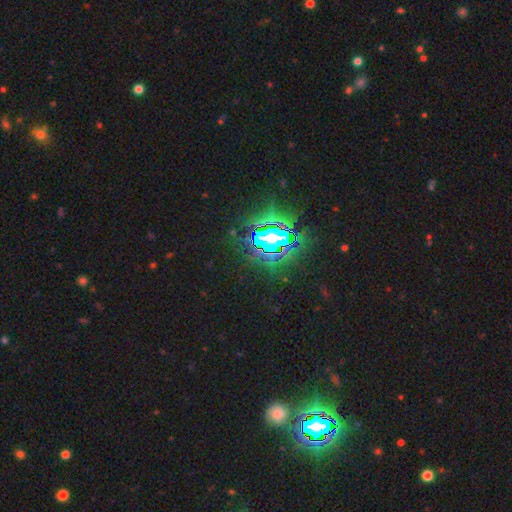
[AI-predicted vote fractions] The model was most divided on "smooth or featured": star or artifact: 84%, smooth: 9%, featured or disk: 7%.